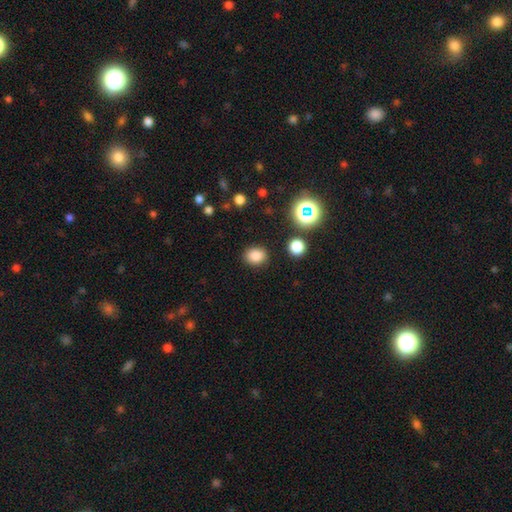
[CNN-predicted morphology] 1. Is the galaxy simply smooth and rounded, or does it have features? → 82% smooth, 13% star or artifact, 5% featured or disk.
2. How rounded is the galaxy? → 57% round, 42% in between, 1% cigar-shaped.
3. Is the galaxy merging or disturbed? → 87% none, 8% minor disturbance, 3% major disturbance, 2% merger.